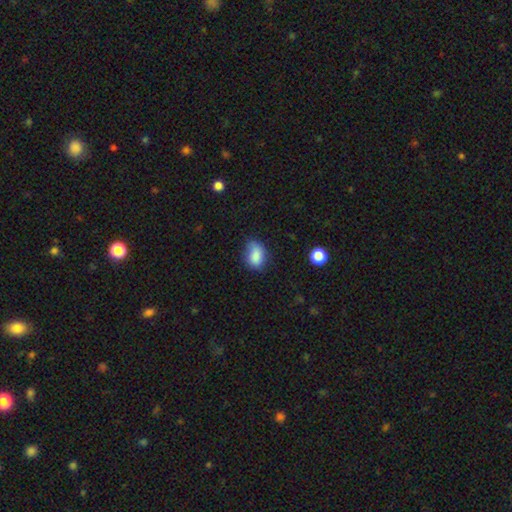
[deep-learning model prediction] Smooth or featured: smooth — 83% (star or artifact — 9%)
How rounded: in between — 79% (round — 19%)
Merging: none — 52% (minor disturbance — 36%)